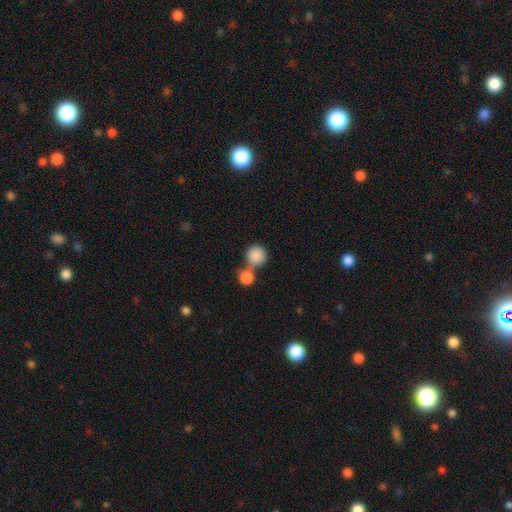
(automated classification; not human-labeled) The model was most divided on "merging": none: 47%, merger: 41%, minor disturbance: 8%, major disturbance: 4%. More confident: how rounded — round (91%); smooth or featured — smooth (86%).